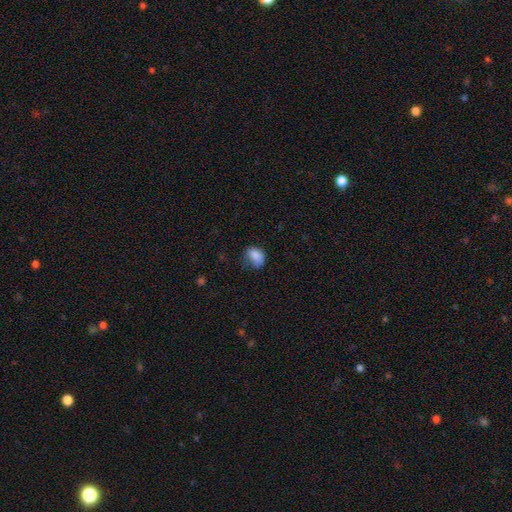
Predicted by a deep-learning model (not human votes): Q: Smooth or featured?
A: smooth (84%); runner-up: star or artifact (9%)
Q: How rounded?
A: in between (74%); runner-up: round (25%)
Q: Merging?
A: none (54%); runner-up: minor disturbance (33%)